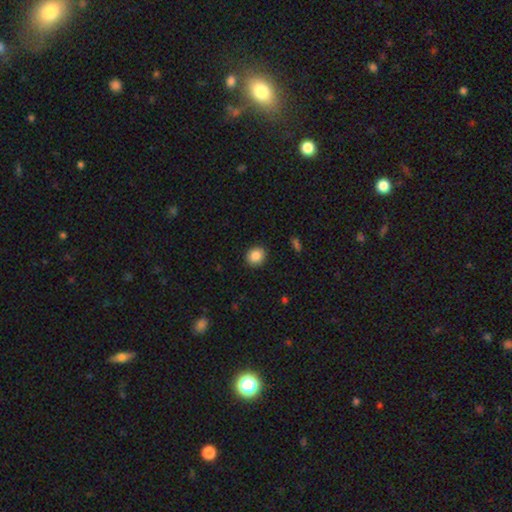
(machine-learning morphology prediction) This is clearly a smooth galaxy (86%). How rounded: likely round (74%). Merging: clearly none (90%).